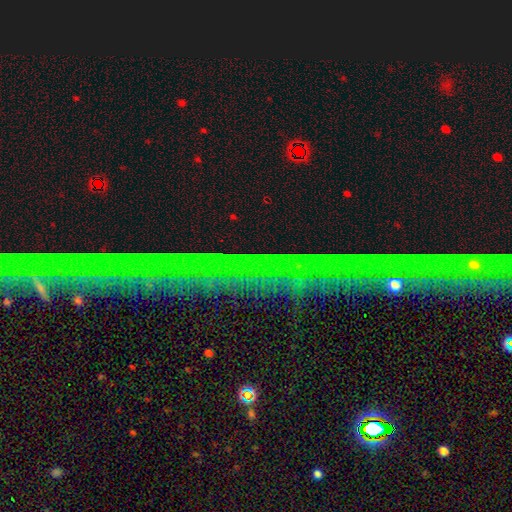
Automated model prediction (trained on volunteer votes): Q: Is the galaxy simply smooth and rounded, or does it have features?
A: star or artifact — 83%.